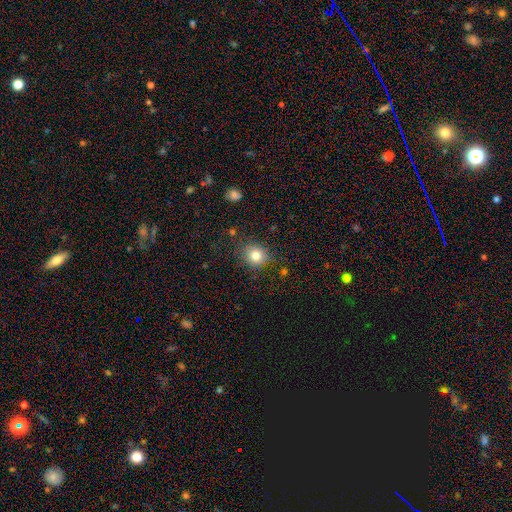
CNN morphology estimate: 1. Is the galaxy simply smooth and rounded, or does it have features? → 80% smooth, 12% star or artifact, 8% featured or disk.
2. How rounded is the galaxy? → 81% round, 18% in between, 1% cigar-shaped.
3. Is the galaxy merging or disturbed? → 85% none, 11% minor disturbance, 3% major disturbance, 2% merger.